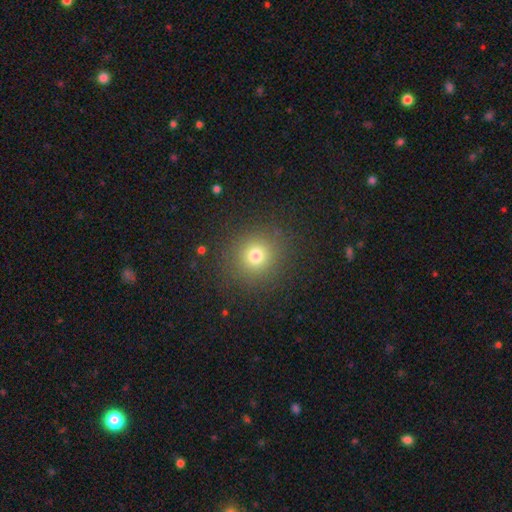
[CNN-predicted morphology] This appears to be a smooth galaxy with no disk features (73%) that is round (91%). Merging: none (88%).